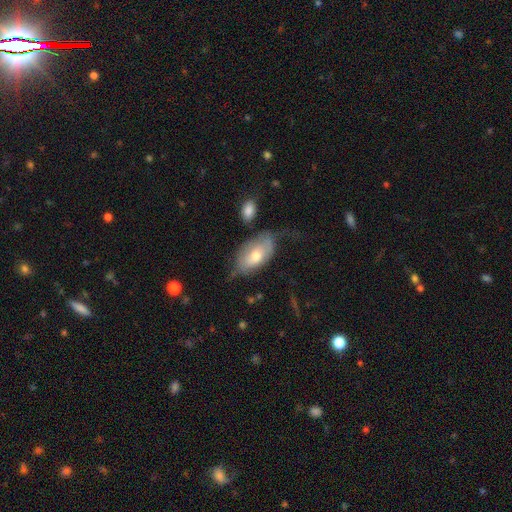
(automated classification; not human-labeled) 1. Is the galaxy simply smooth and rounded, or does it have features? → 55% smooth, 39% featured or disk, 7% star or artifact.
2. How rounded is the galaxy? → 93% in between, 4% round, 3% cigar-shaped.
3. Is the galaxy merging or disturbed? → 35% none, 31% minor disturbance, 27% major disturbance, 7% merger.